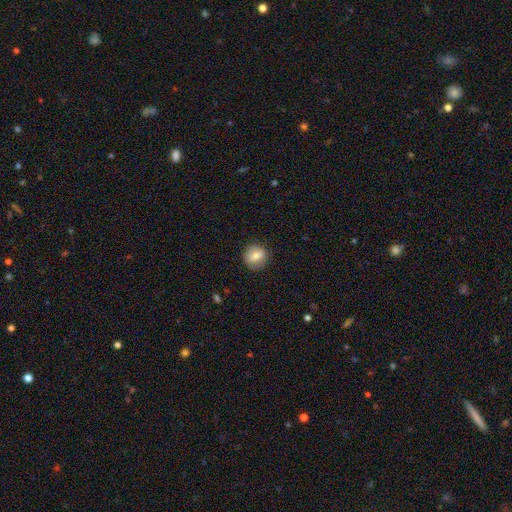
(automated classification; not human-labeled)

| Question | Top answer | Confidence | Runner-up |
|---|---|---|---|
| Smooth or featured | smooth | 75% | featured or disk (17%) |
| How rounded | round | 87% | in between (12%) |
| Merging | none | 87% | minor disturbance (9%) |